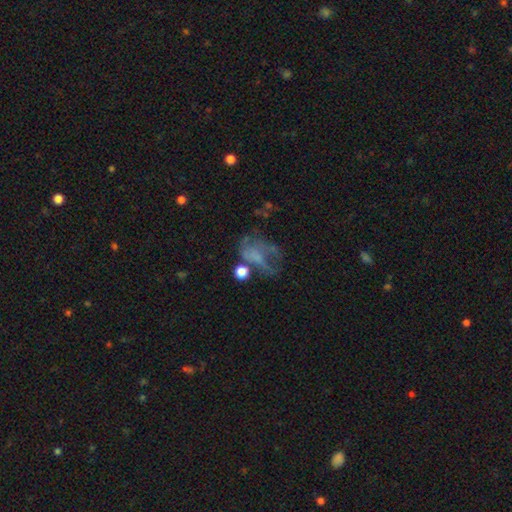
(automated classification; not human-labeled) Q: Smooth or featured?
A: featured or disk (47%); runner-up: smooth (35%)
Q: Merging?
A: major disturbance (43%); runner-up: none (29%)